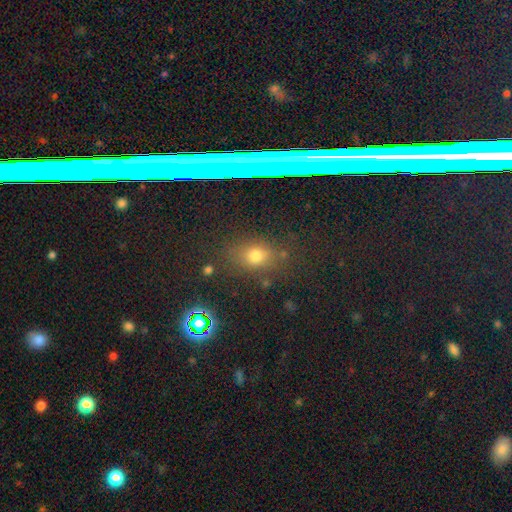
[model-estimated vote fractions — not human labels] Overall: smooth (68%). How rounded: round (68%; in between 29%). Merging: none (86%).